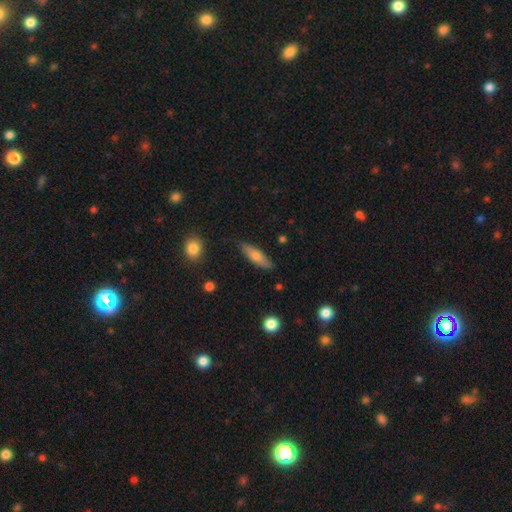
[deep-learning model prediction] Q: Smooth or featured?
A: smooth (64%); runner-up: featured or disk (29%)
Q: How rounded?
A: cigar-shaped (56%); runner-up: in between (41%)
Q: Merging?
A: none (84%); runner-up: minor disturbance (12%)